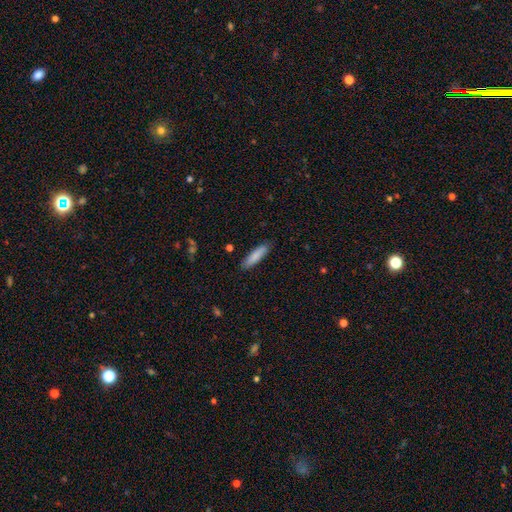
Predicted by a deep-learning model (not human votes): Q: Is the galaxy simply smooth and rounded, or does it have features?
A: smooth — 85%.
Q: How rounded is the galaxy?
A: cigar-shaped — 75%.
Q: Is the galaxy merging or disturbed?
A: none — 87%.